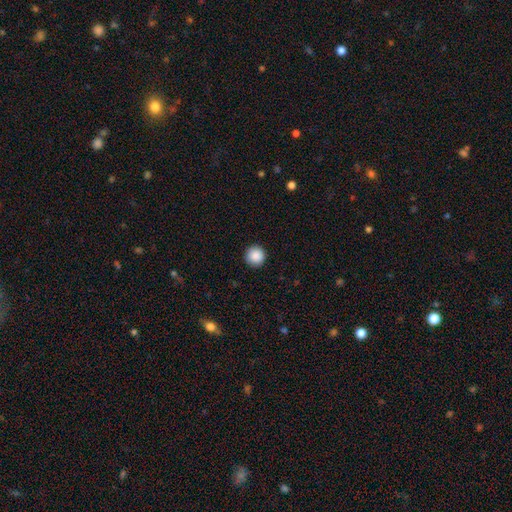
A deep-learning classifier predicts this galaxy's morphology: Overall: smooth (89%). How rounded: round (96%). Merging: none (92%).